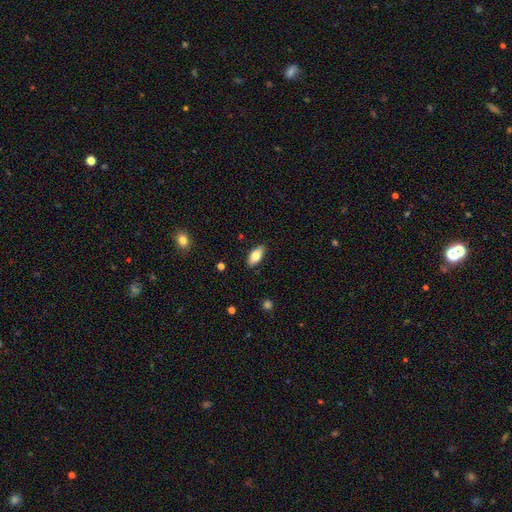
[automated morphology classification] smooth 79%, featured or disk 15%, star or artifact 7%. Down the decision tree: how rounded — in between (89%); merging — none (87%).